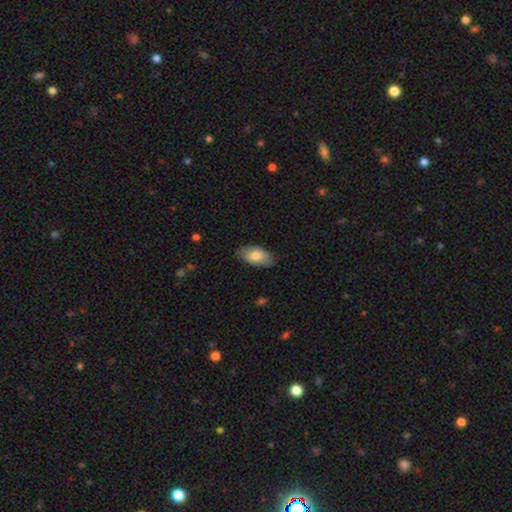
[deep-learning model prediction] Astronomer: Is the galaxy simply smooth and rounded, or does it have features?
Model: smooth — 76%.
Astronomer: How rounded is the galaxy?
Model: in between — 93%.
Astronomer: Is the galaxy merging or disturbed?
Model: none — 80%.